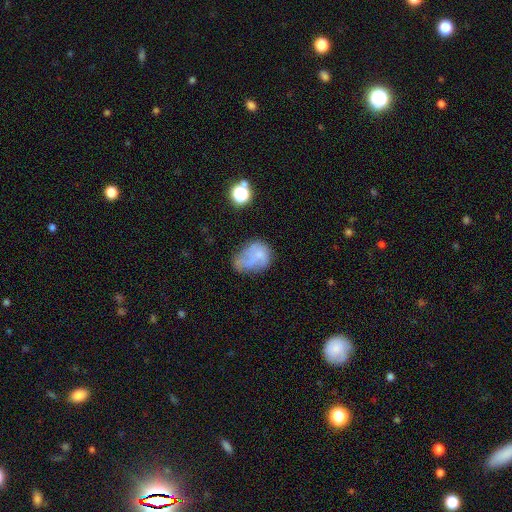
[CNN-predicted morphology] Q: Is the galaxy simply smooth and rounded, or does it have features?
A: smooth — 54%.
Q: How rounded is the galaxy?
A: in between — 67%.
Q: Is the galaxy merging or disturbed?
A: none — 32%.